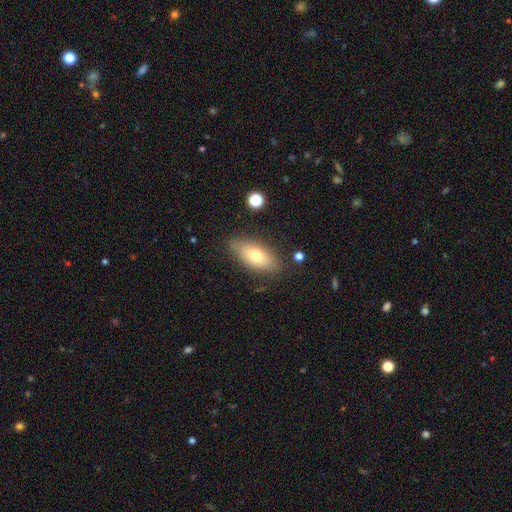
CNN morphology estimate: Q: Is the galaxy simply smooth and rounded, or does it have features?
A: smooth — 68%.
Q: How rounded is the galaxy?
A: in between — 83%.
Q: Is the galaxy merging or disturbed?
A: none — 81%.